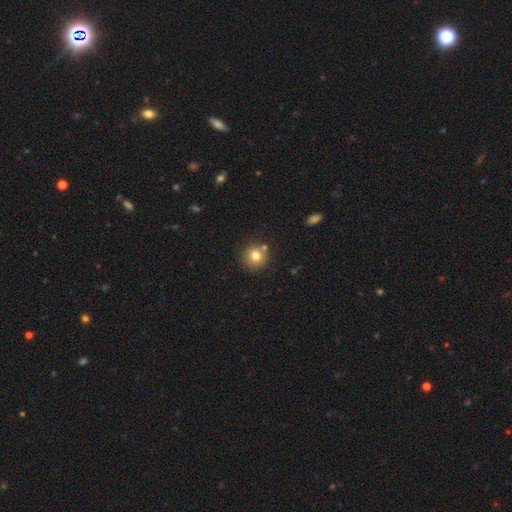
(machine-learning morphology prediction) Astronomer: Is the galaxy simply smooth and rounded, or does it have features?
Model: smooth — 78%.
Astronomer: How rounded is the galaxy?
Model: round — 93%.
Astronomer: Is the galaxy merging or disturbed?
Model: none — 78%.